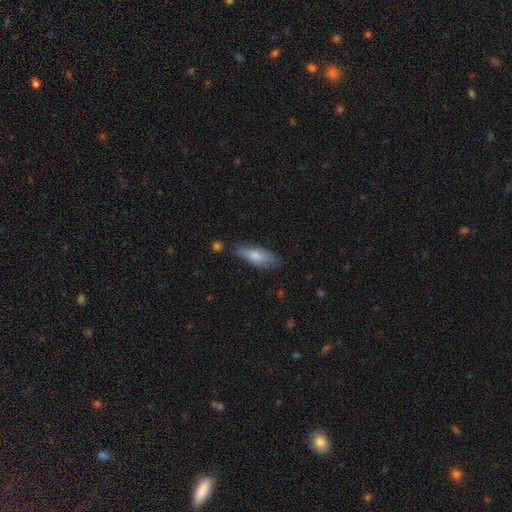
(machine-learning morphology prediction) smooth-or-featured: smooth: 73% | featured or disk: 21% | star or artifact: 6%
  how-rounded: in between: 67% | cigar-shaped: 30% | round: 2%
  merging: none: 71% | minor disturbance: 22% | major disturbance: 4% | merger: 3%